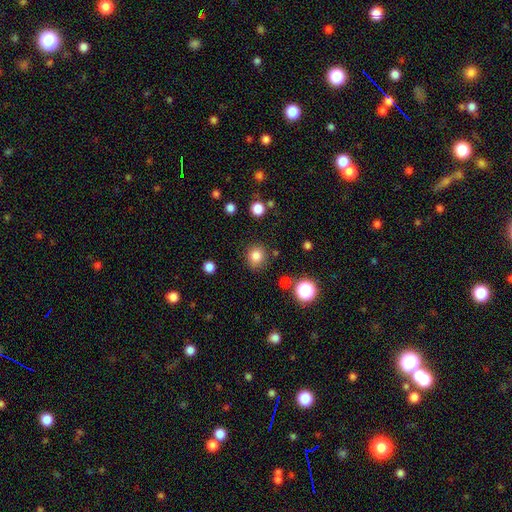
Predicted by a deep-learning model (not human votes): This is clearly a smooth galaxy (82%). How rounded: clearly round (85%). Merging: clearly none (85%).